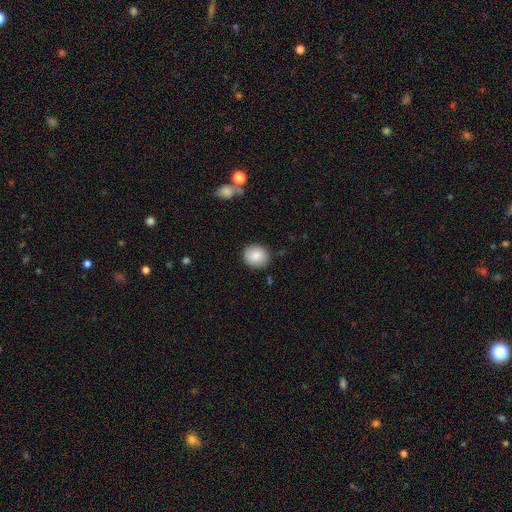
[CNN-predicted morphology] Overall: smooth (87%). How rounded: round (82%). Merging: none (87%).